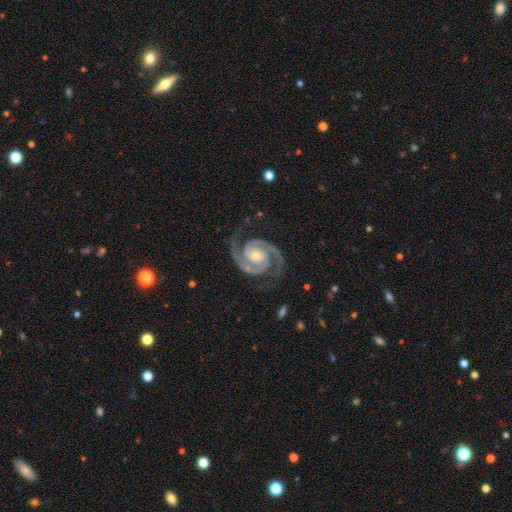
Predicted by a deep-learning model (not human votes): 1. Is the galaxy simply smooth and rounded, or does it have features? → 94% featured or disk, 4% star or artifact, 2% smooth.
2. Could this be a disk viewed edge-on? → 98% no, 2% yes.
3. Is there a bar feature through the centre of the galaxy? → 57% no, 29% weak, 14% strong.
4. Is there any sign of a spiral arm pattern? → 99% yes, 1% no.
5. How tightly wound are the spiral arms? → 53% tight, 43% medium, 4% loose.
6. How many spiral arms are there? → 94% 2, 2% 3, 1% can't tell, 1% 1, 1% 4, 1% more than 4.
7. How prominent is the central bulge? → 51% small, 43% moderate, 3% none, 2% large, 1% dominant.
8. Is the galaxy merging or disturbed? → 82% none, 13% minor disturbance, 4% major disturbance, 1% merger.